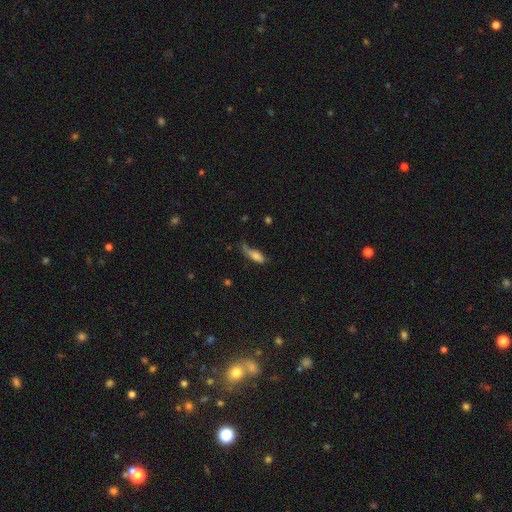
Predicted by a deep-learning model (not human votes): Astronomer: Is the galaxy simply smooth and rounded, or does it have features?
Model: smooth — 69%.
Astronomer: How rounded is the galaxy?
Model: in between — 64%.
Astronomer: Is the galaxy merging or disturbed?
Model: none — 34% (runner-up: minor disturbance, 31%).